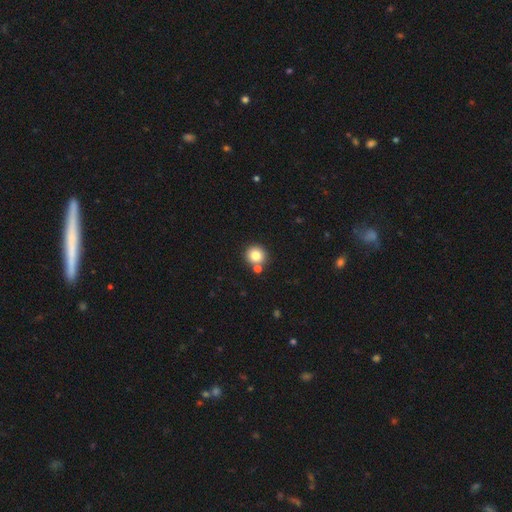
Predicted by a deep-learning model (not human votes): smooth 81%, star or artifact 11%, featured or disk 8%. Down the decision tree: how rounded — round (92%); merging — none (77%).